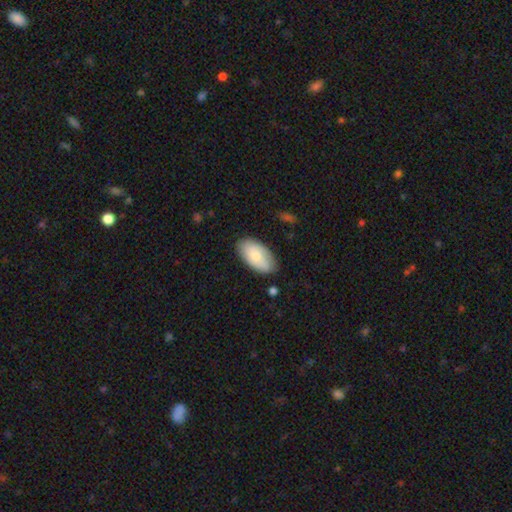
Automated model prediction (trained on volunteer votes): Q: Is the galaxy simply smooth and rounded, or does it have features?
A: smooth — 74%.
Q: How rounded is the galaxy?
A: in between — 95%.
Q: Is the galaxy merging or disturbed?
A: none — 78%.